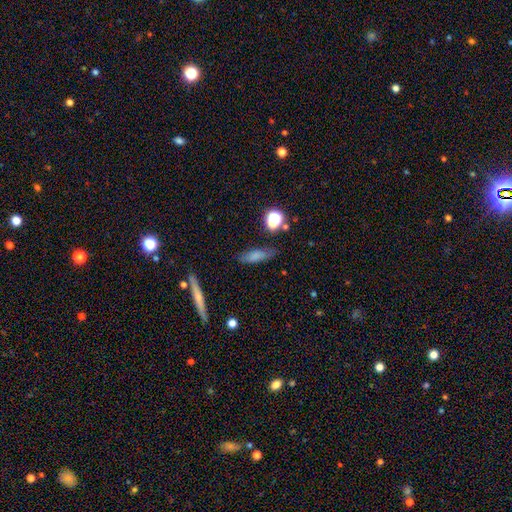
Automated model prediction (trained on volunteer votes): Smooth or featured? Predicted: smooth (p=0.74). How rounded? Predicted: cigar-shaped (p=0.50). Merging? Predicted: none (p=0.76).